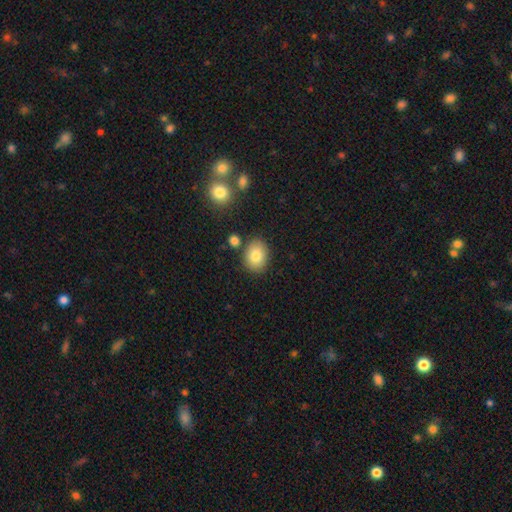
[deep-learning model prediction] smooth-or-featured: smooth: 82% | featured or disk: 10% | star or artifact: 9%
  how-rounded: in between: 58% | round: 41% | cigar-shaped: 1%
  merging: none: 81% | minor disturbance: 11% | merger: 5% | major disturbance: 3%